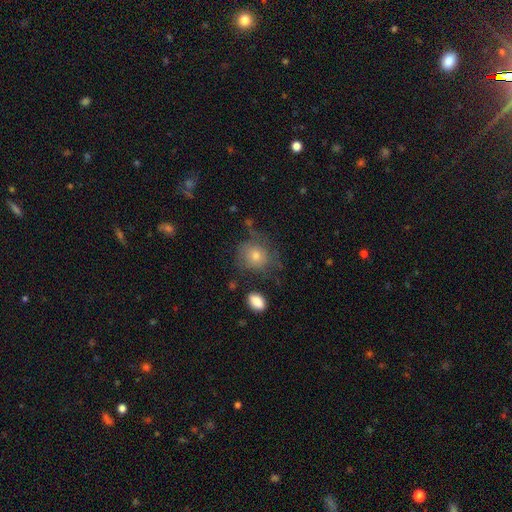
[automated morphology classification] Smooth or featured? smooth (63%)
How rounded? round (82%)
Merging? none (62%)